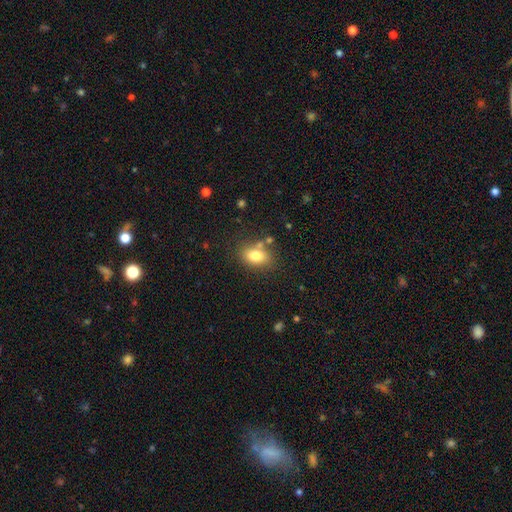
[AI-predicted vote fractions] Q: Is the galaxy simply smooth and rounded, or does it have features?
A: smooth — 79%.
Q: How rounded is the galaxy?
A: in between — 80%.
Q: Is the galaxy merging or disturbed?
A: none — 71%.